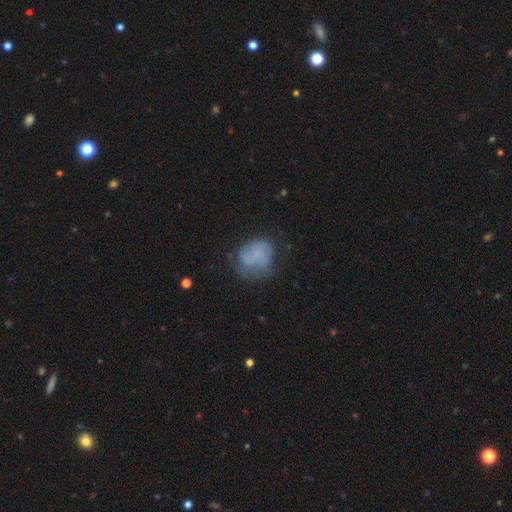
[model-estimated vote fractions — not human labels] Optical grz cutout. It shows a smooth galaxy with no disk features (57%) that is round (62%). Merging: none (57%).